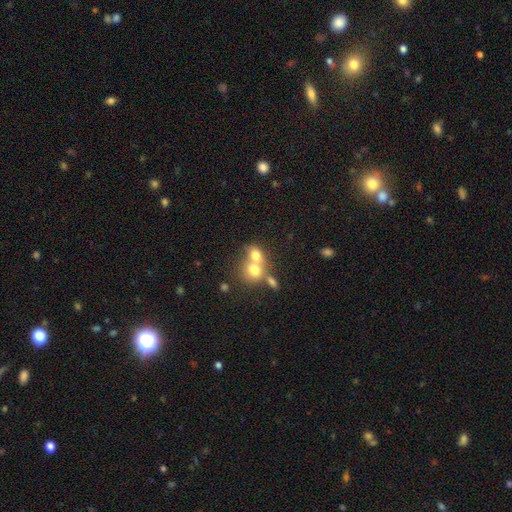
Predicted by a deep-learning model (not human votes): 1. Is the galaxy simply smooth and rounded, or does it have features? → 71% smooth, 18% featured or disk, 11% star or artifact.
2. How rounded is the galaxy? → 54% round, 45% in between, 1% cigar-shaped.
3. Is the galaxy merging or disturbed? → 66% merger, 24% none, 6% minor disturbance, 4% major disturbance.